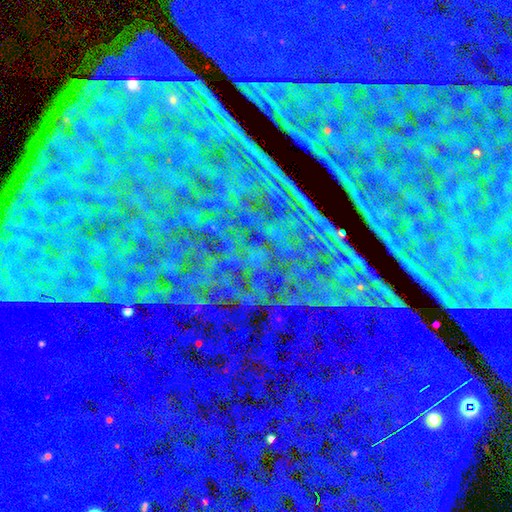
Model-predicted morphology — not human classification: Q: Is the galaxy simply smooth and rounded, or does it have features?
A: star or artifact — 87%.